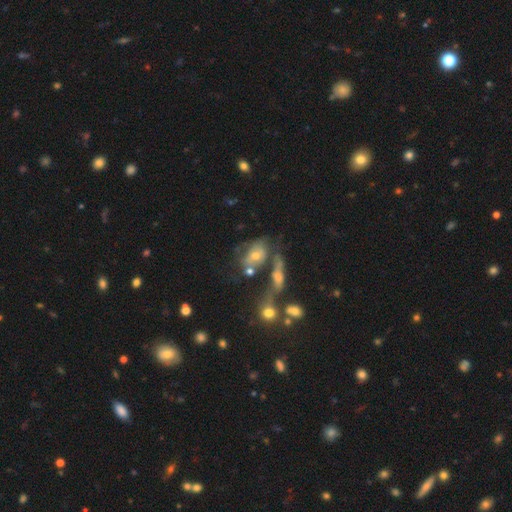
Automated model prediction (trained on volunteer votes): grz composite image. It shows a featured or disk galaxy (52%). Merging: merger (32%).